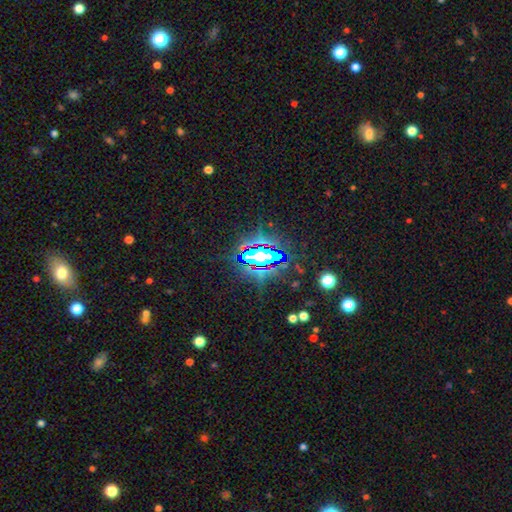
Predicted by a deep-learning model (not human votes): Smooth or featured: star or artifact — 81% (smooth — 10%)